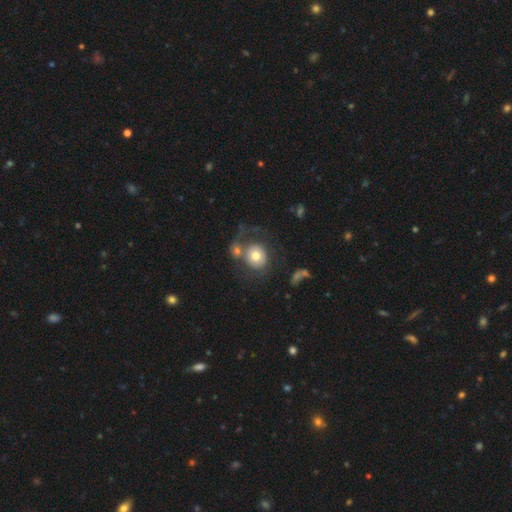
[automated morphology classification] Smooth or featured: smooth — 67% (featured or disk — 25%)
How rounded: round — 80% (in between — 19%)
Merging: none — 37% (merger — 31%)